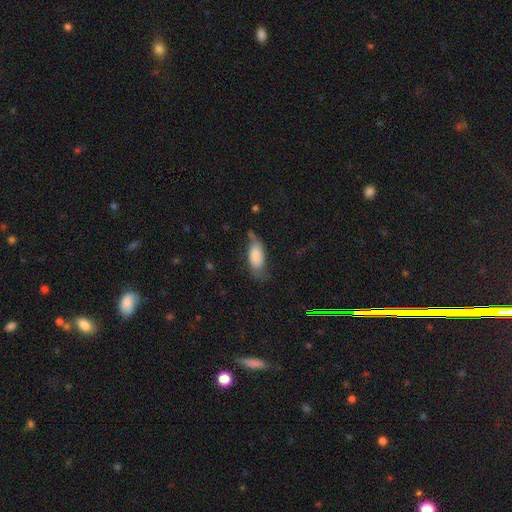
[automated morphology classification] A smooth galaxy with no disk features (76%) that is in between round and cigar-shaped (88%).

Vote fractions:
- Smooth or featured? smooth: 76% / featured or disk: 17% / star or artifact: 7%
- How rounded? in between: 88% / cigar-shaped: 10% / round: 3%
- Merging? none: 48% / minor disturbance: 34% / major disturbance: 14% / merger: 3%